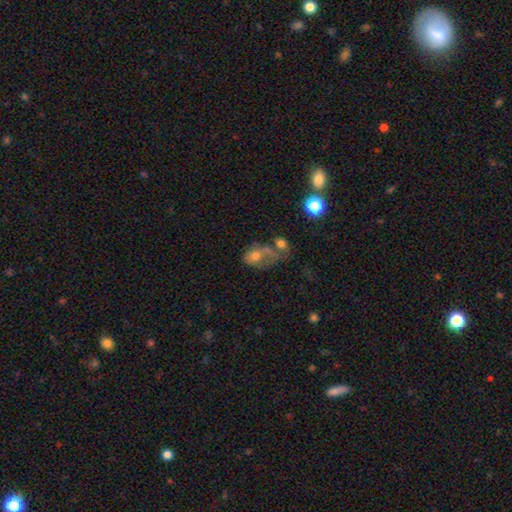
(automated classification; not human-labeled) smooth-or-featured: smooth: 55% | featured or disk: 31% | star or artifact: 14%
  how-rounded: in between: 72% | round: 27% | cigar-shaped: 2%
  merging: merger: 39% | major disturbance: 25% | none: 20% | minor disturbance: 16%